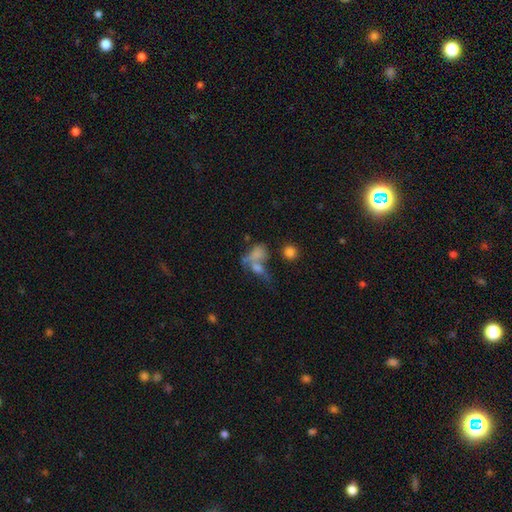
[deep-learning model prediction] Overall: smooth (61%; featured or disk 25%). How rounded: in between (69%). Merging: merger (49%; none 24%).